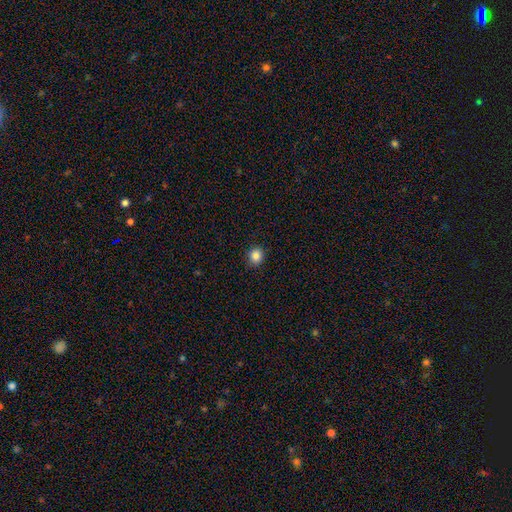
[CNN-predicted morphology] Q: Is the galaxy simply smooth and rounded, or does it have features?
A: smooth — 86%.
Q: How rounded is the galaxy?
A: round — 80%.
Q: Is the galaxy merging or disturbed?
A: none — 90%.